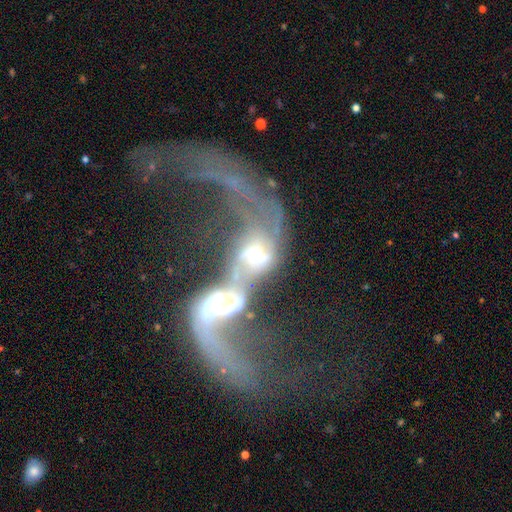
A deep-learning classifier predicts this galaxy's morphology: Q: Smooth or featured?
A: featured or disk (69%); runner-up: smooth (19%)
Q: Edge-on disk?
A: no (93%); runner-up: yes (7%)
Q: Bar?
A: no (55%); runner-up: weak (28%)
Q: Spiral arms?
A: yes (70%); runner-up: no (30%)
Q: Bulge size?
A: moderate (54%); runner-up: large (27%)
Q: Merging?
A: merger (82%); runner-up: major disturbance (11%)